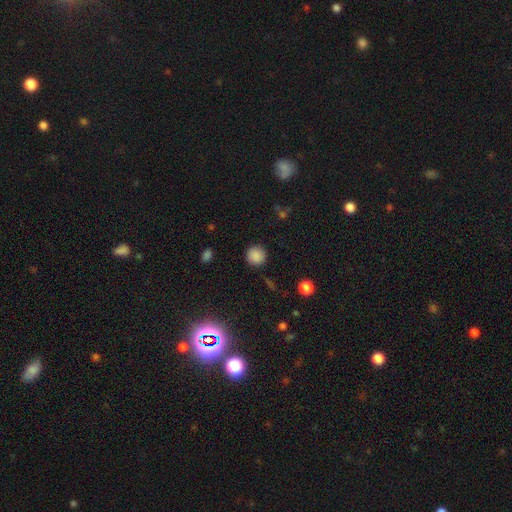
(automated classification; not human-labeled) smooth 85%, star or artifact 10%, featured or disk 4%. Down the decision tree: how rounded — round (94%); merging — none (89%).